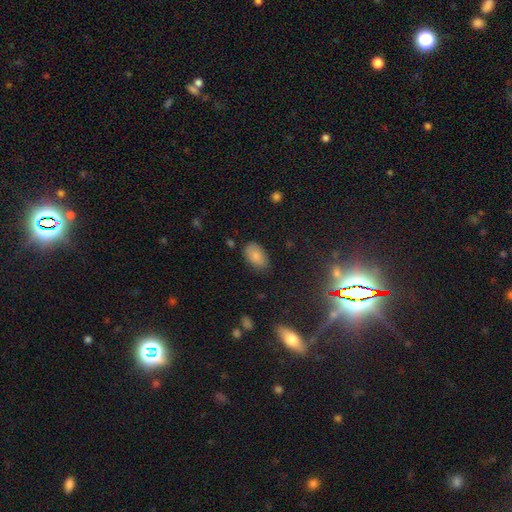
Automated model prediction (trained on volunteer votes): Q: Smooth or featured?
A: smooth (83%); runner-up: star or artifact (9%)
Q: How rounded?
A: in between (92%); runner-up: round (7%)
Q: Merging?
A: none (75%); runner-up: minor disturbance (19%)